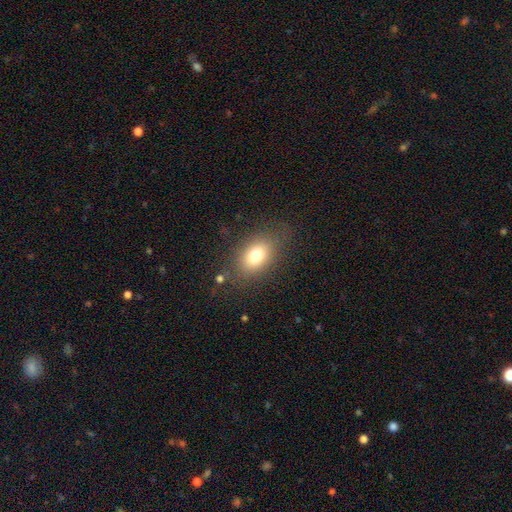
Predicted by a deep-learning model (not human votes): smooth-or-featured: smooth: 76% | featured or disk: 13% | star or artifact: 11%
  how-rounded: in between: 78% | round: 20% | cigar-shaped: 2%
  merging: none: 77% | minor disturbance: 14% | major disturbance: 7% | merger: 2%